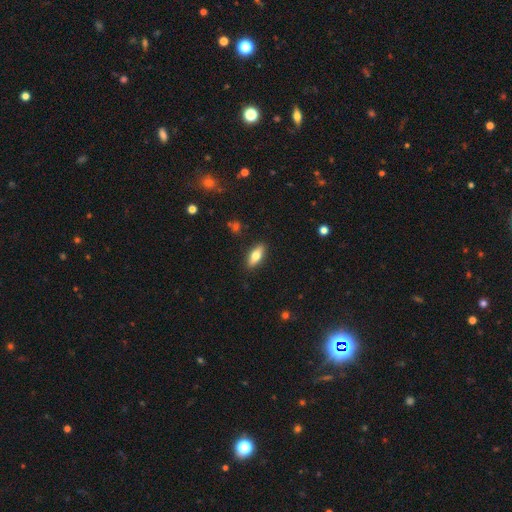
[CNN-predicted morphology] Overall: smooth (68%). How rounded: in between (74%). Merging: none (88%).